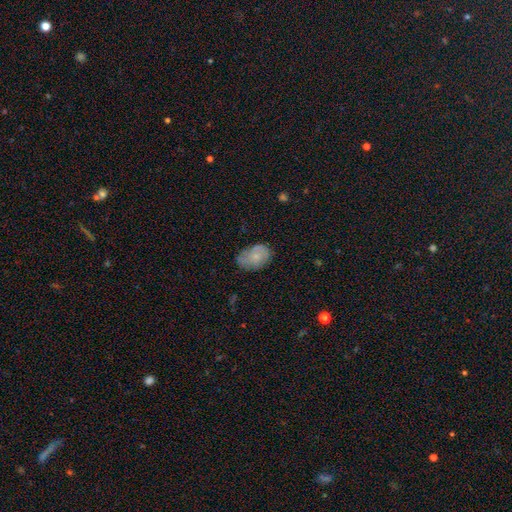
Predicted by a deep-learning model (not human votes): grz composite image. It shows a smooth galaxy with no disk features (69%) that is in between round and cigar-shaped (86%). Merging: none (63%).